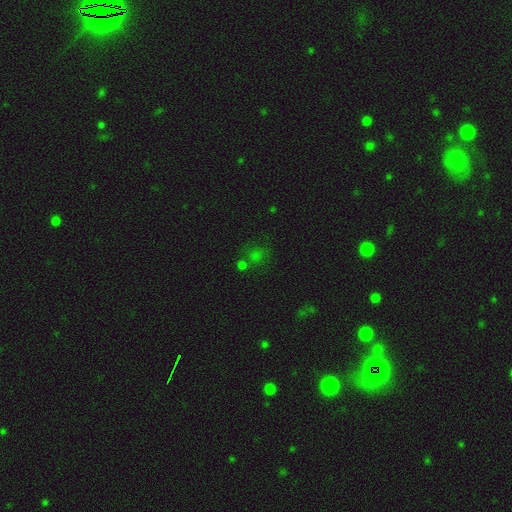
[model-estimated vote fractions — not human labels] A star or artifact, not a galaxy (46%).